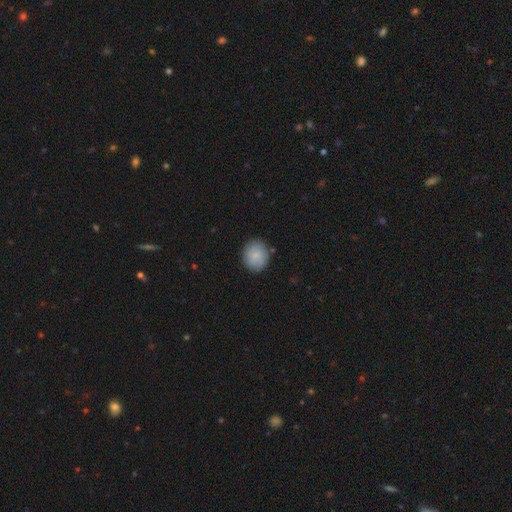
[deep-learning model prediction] Smooth or featured?
  - smooth: 83% *
  - featured or disk: 10%
  - star or artifact: 7%
How rounded?
  - round: 82% *
  - in between: 17%
  - cigar-shaped: 1%
Merging?
  - none: 86% *
  - minor disturbance: 10%
  - major disturbance: 2%
  - merger: 2%